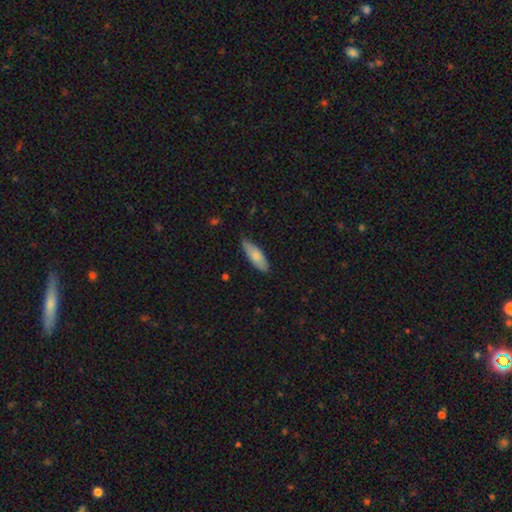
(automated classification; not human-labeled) Smooth or featured? Predicted: smooth (p=0.80). How rounded? Predicted: in between (p=0.63). Merging? Predicted: none (p=0.75).